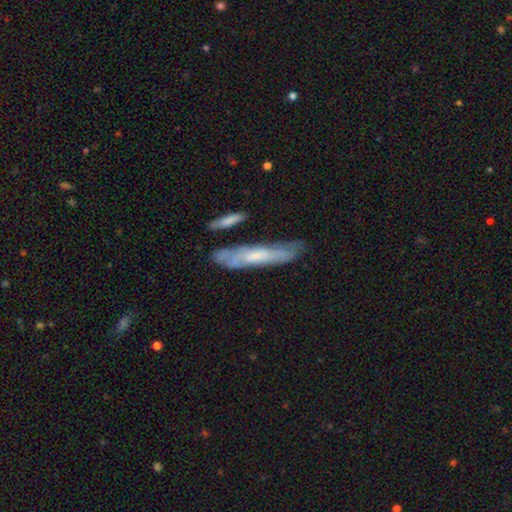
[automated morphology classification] smooth_or_featured: featured or disk (p=0.53) [alt: smooth p=0.41]
disk_edge_on: yes (p=0.54) [alt: no p=0.46]
merging: none (p=0.62) [alt: minor disturbance p=0.22]